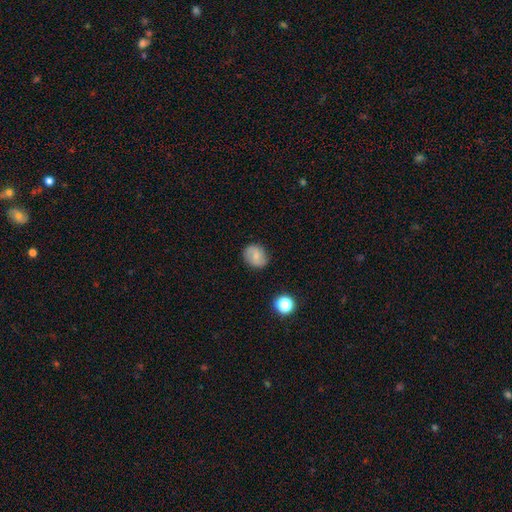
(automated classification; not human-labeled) smooth_or_featured: smooth (p=0.67) [alt: featured or disk p=0.24]
how_rounded: round (p=0.65) [alt: in between p=0.34]
merging: none (p=0.84) [alt: minor disturbance p=0.12]